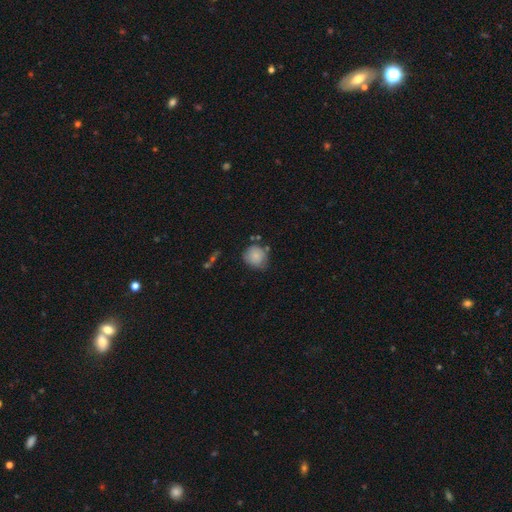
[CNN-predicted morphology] type=smooth (81%); roundness=round (81%); merging=none (65%).